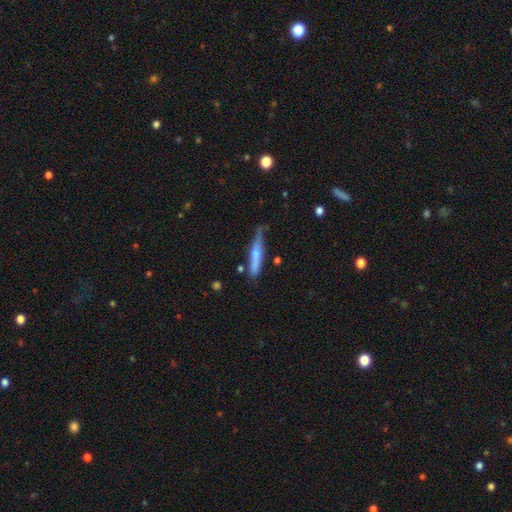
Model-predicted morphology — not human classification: This is possibly a smooth galaxy (48%). Merging: likely none (64%).